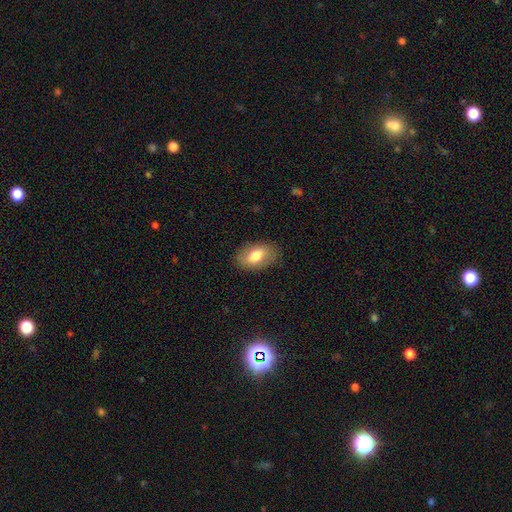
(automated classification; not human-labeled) Smooth or featured? Predicted: smooth (p=0.72). How rounded? Predicted: in between (p=0.89). Merging? Predicted: none (p=0.84).